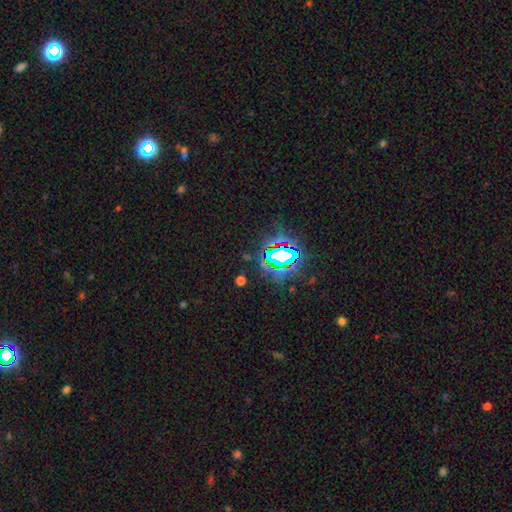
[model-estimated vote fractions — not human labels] Smooth or featured? Predicted: star or artifact (p=0.81).